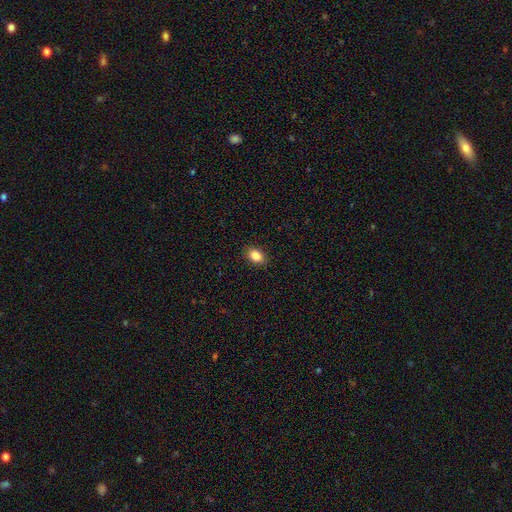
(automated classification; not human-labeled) The model was most divided on "how rounded": in between: 80%, round: 19%, cigar-shaped: 1%. More confident: merging — none (90%); smooth or featured — smooth (86%).